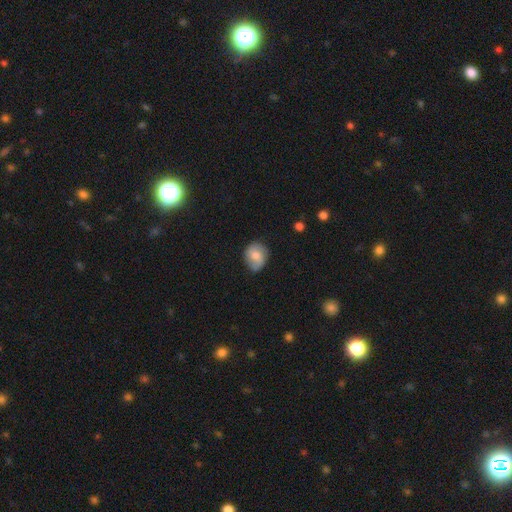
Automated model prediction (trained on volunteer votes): smooth-or-featured: smooth: 61% | featured or disk: 32% | star or artifact: 8%
  how-rounded: round: 62% | in between: 37% | cigar-shaped: 1%
  merging: none: 69% | minor disturbance: 24% | major disturbance: 5% | merger: 2%